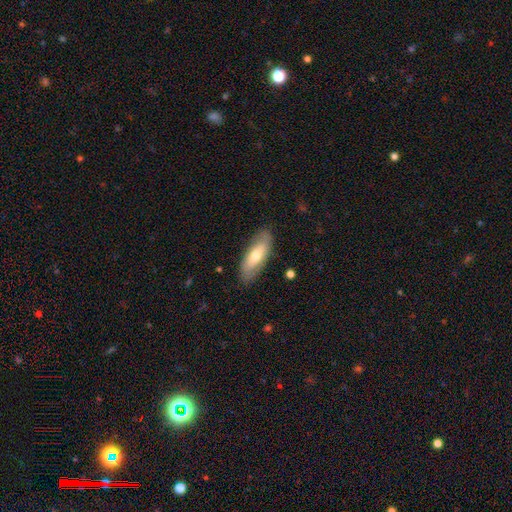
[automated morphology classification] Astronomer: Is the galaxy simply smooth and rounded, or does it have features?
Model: smooth — 60% (runner-up: featured or disk, 35%).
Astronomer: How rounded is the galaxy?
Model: in between — 71%.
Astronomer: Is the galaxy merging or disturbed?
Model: none — 83%.